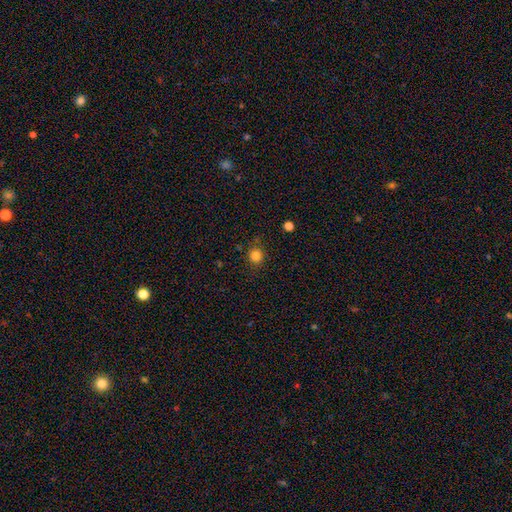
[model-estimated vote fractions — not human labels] This is clearly a smooth galaxy (83%). How rounded: clearly round (85%). Merging: clearly none (81%).